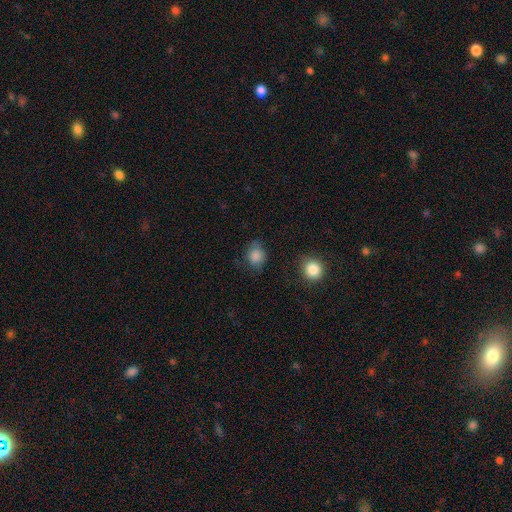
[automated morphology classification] Smooth or featured? Predicted: smooth (p=0.85). How rounded? Predicted: round (p=0.59). Merging? Predicted: none (p=0.68).